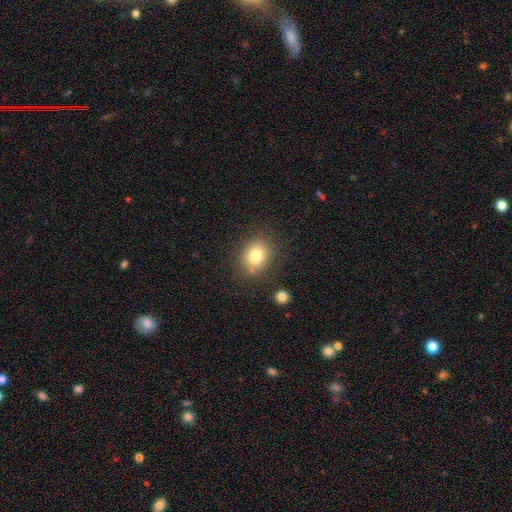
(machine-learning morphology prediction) A smooth galaxy with no disk features (79%) that is round (55%). Merging: none (79%).